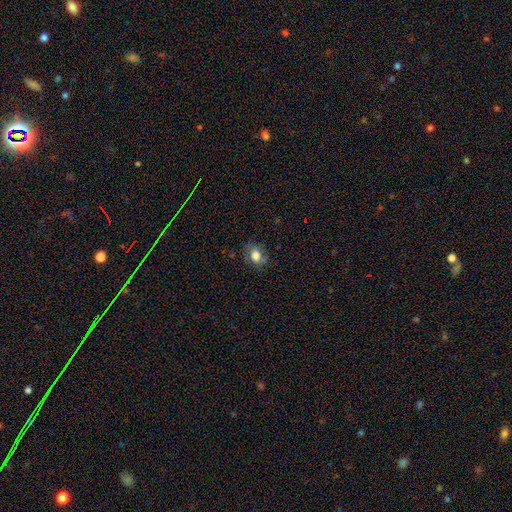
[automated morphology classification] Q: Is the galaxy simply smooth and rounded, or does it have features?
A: smooth — 73%.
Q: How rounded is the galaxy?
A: in between — 53%.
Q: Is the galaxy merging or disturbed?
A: none — 72%.